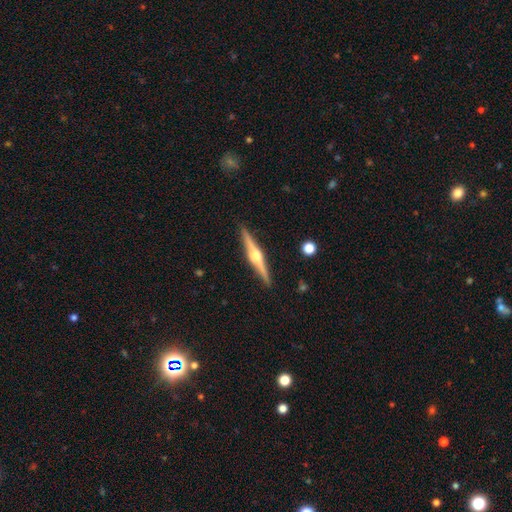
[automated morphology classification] A featured or disk galaxy (81%) viewed edge-on (98%) with a rounded central bulge (94%).

Vote fractions:
- Smooth or featured? featured or disk: 81% / smooth: 14% / star or artifact: 5%
- Edge-on disk? yes: 98% / no: 2%
- Edge-on bulge? rounded: 94% / boxy: 4% / none: 2%
- Merging? none: 92% / minor disturbance: 6% / major disturbance: 1% / merger: 1%